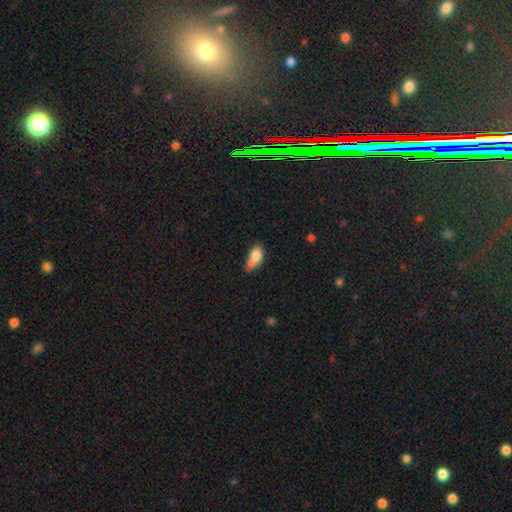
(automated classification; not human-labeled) smooth_or_featured: smooth (p=0.76) [alt: featured or disk p=0.15]
how_rounded: in between (p=0.77) [alt: round p=0.19]
merging: merger (p=0.42) [alt: none p=0.34]